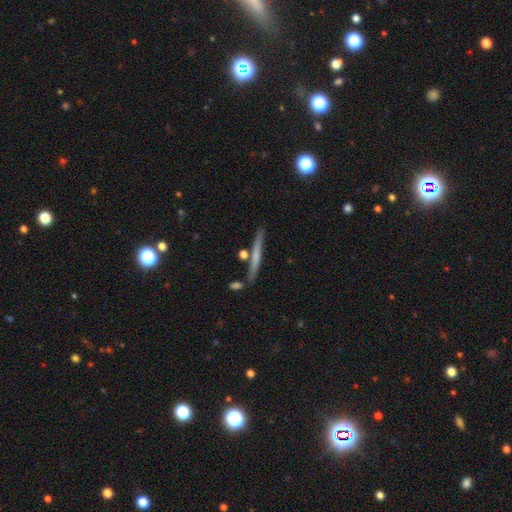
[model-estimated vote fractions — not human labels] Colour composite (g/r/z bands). It shows a smooth galaxy with no disk features (50%) that is cigar-shaped (95%). Merging: none (79%).